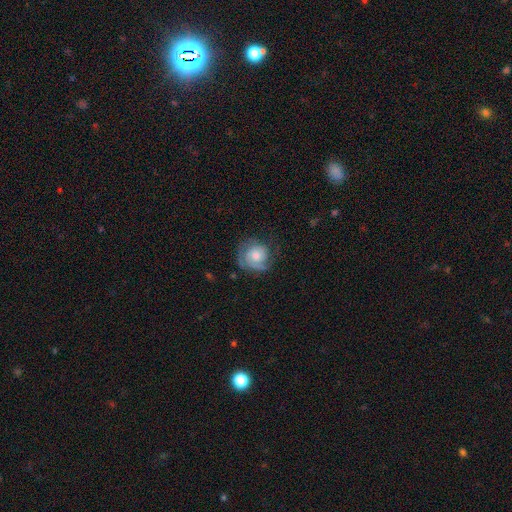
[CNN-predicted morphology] featured or disk 62%, smooth 31%, star or artifact 7%. Down the decision tree: edge-on disk — no (98%); bar — no (79%); spiral arms — yes (88%); spiral arm count — 2 (32%); spiral winding — tight (58%); bulge size — moderate (47%); merging — none (64%).